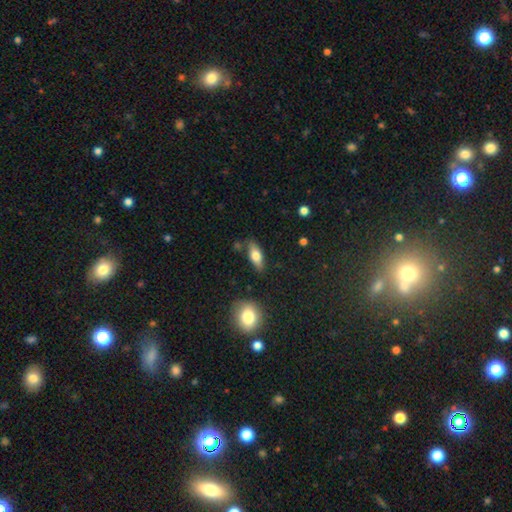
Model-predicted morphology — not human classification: This is likely a smooth galaxy (71%). How rounded: likely in between (75%). Merging: likely none (79%).